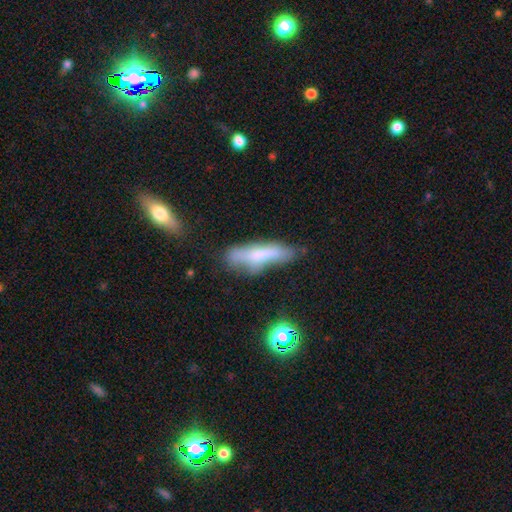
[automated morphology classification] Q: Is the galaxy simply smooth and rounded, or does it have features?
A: smooth — 61%.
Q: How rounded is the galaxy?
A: cigar-shaped — 71%.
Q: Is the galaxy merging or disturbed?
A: none — 55%.